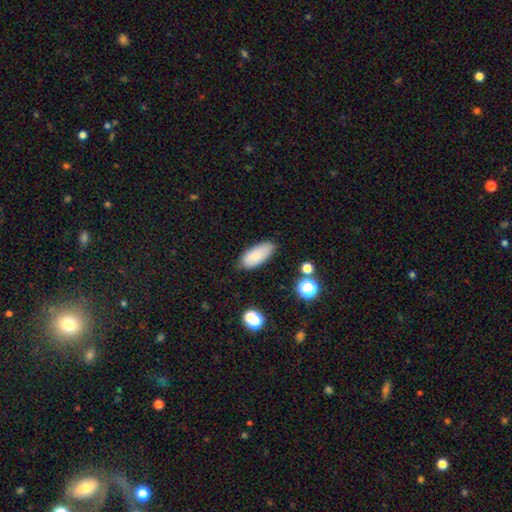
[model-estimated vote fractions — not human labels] The model was most divided on "merging": none: 76%, minor disturbance: 19%, major disturbance: 4%, merger: 2%. More confident: how rounded — in between (87%); smooth or featured — smooth (82%).